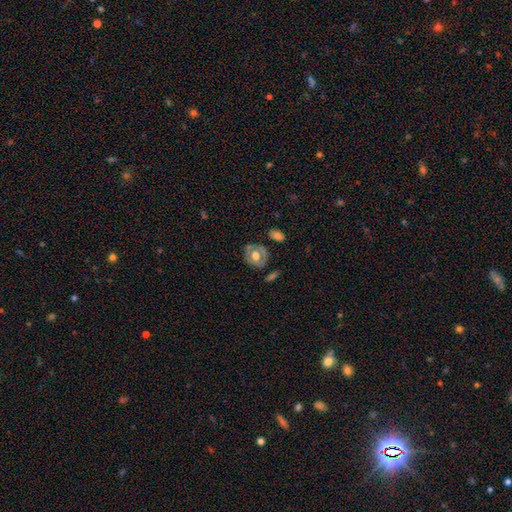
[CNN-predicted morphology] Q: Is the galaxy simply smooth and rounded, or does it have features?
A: smooth — 47%.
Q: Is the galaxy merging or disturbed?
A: none — 70%.